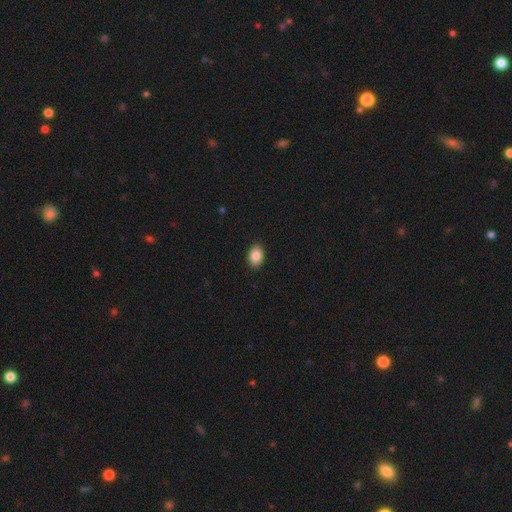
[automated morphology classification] Smooth or featured: smooth — 87% (star or artifact — 8%)
How rounded: in between — 81% (round — 18%)
Merging: none — 91% (minor disturbance — 7%)